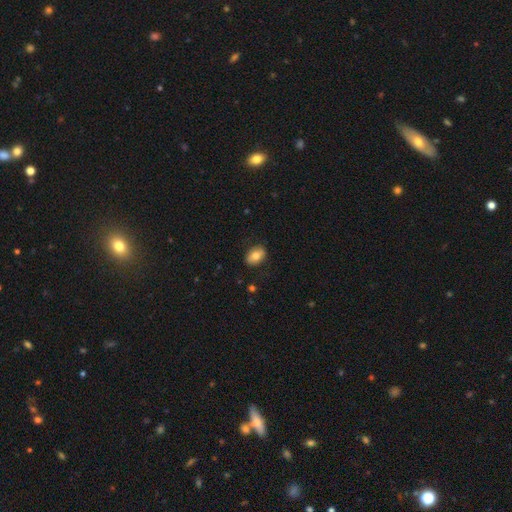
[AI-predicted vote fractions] The model was most divided on "smooth or featured": smooth: 73%, featured or disk: 19%, star or artifact: 8%. More confident: merging — none (85%); how rounded — in between (83%).